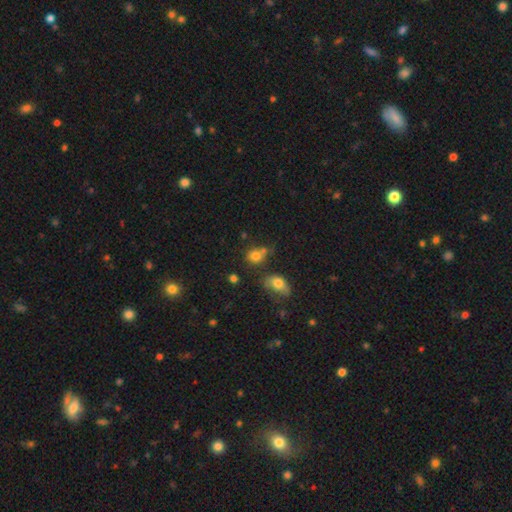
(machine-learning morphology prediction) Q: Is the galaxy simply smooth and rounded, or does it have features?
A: smooth — 78%.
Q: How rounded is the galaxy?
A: round — 72%.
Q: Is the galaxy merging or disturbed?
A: none — 52%.